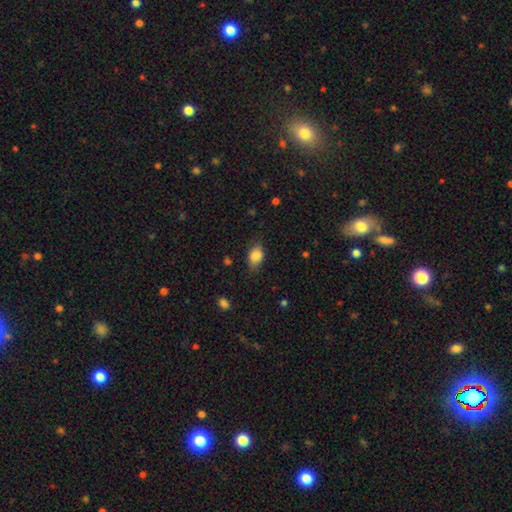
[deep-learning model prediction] Smooth or featured? Predicted: smooth (p=0.83). How rounded? Predicted: in between (p=0.82). Merging? Predicted: none (p=0.74).